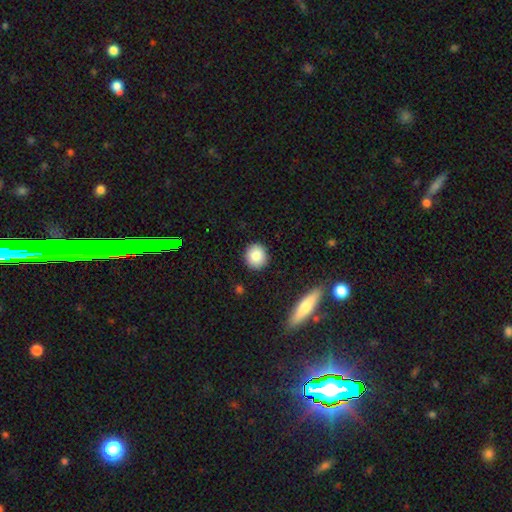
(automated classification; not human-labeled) smooth 84%, star or artifact 9%, featured or disk 7%. Down the decision tree: how rounded — round (89%); merging — none (90%).